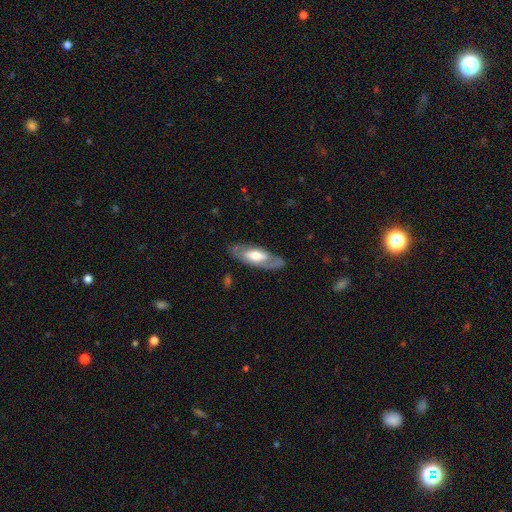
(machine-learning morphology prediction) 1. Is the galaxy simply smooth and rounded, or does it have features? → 57% featured or disk, 37% smooth, 5% star or artifact.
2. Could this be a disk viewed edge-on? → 74% no, 26% yes.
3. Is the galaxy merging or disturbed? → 79% none, 15% minor disturbance, 5% major disturbance, 1% merger.